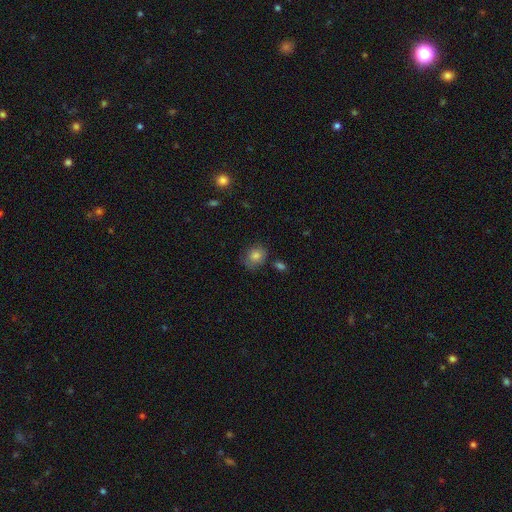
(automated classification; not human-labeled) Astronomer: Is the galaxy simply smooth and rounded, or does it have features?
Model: smooth — 81%.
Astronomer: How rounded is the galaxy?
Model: round — 60% (runner-up: in between, 39%).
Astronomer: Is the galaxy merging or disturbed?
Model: none — 66%.